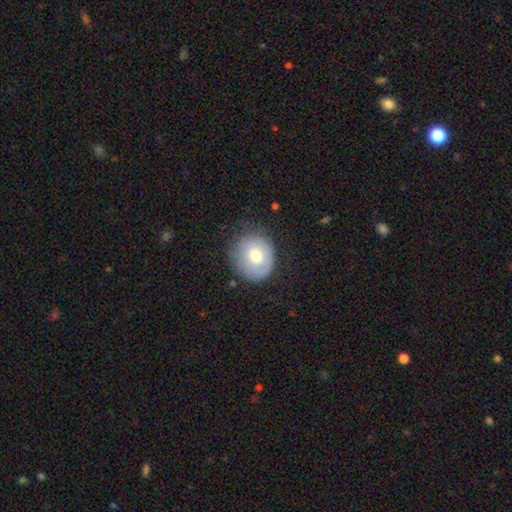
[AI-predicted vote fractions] This is likely a smooth galaxy (66%). How rounded: likely round (80%). Merging: likely none (74%).